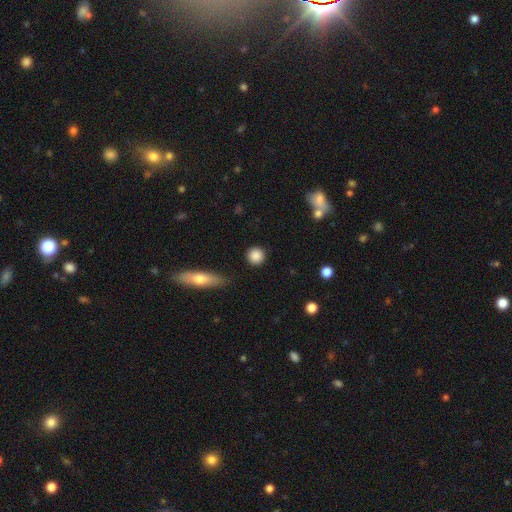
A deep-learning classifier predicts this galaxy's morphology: Q: Smooth or featured?
A: smooth (87%); runner-up: star or artifact (8%)
Q: How rounded?
A: round (93%); runner-up: in between (6%)
Q: Merging?
A: none (88%); runner-up: minor disturbance (7%)